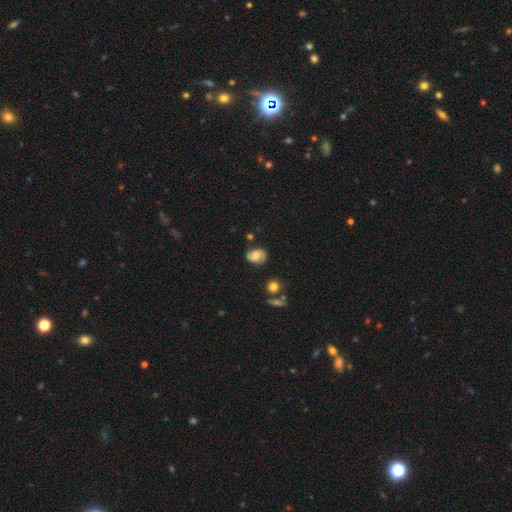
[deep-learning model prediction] The model was most divided on "bar": no: 49%, weak: 40%, strong: 11%. Remaining: edge-on disk — no (97%); spiral arms — yes (89%); spiral arm count — 2 (87%); merging — none (72%); smooth or featured — featured or disk (58%); spiral winding — medium (46%); bulge size — moderate (40%).